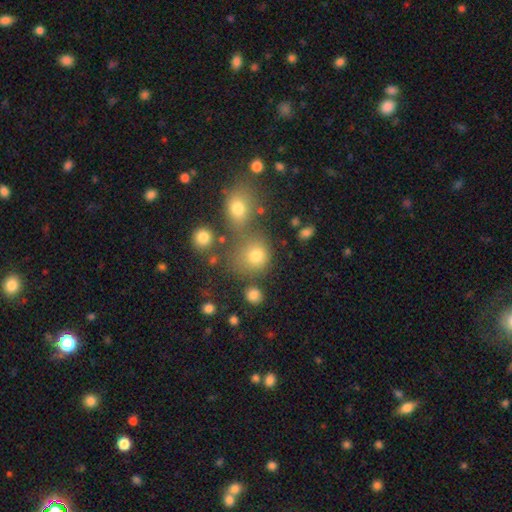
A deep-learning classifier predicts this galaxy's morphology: Smooth or featured?
  - smooth: 75% *
  - star or artifact: 17%
  - featured or disk: 8%
How rounded?
  - round: 82% *
  - in between: 17%
  - cigar-shaped: 1%
Merging?
  - none: 59% *
  - merger: 25%
  - minor disturbance: 10%
  - major disturbance: 6%